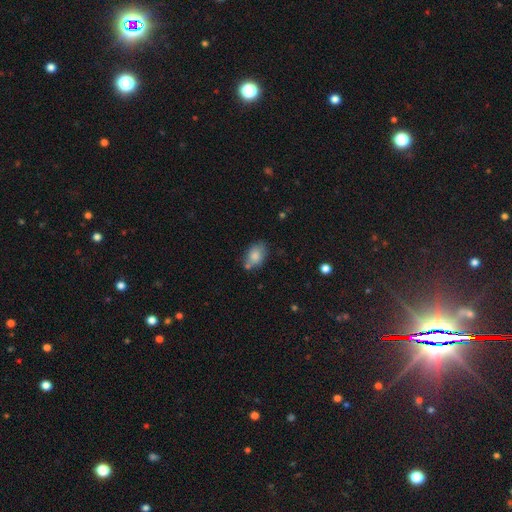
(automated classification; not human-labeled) A smooth galaxy with no disk features (80%) that is in between round and cigar-shaped (78%). Merging: none (55%).